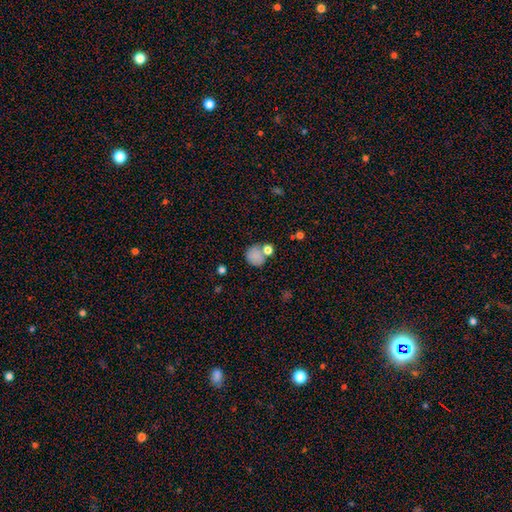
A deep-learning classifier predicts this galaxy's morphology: Smooth or featured? smooth (81%)
How rounded? round (84%)
Merging? none (58%)